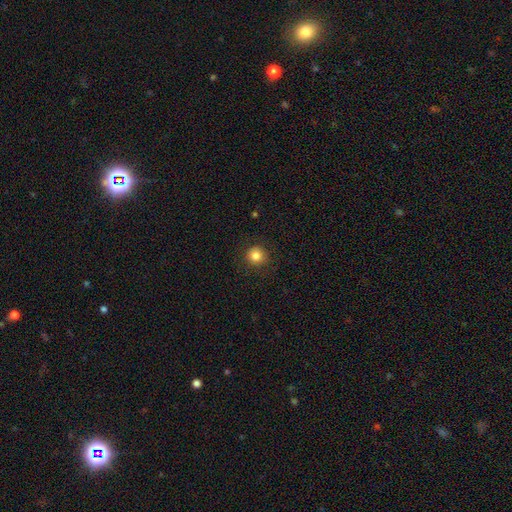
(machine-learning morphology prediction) smooth-or-featured: smooth: 83% | star or artifact: 12% | featured or disk: 5%
  how-rounded: round: 94% | in between: 5% | cigar-shaped: 1%
  merging: none: 91% | minor disturbance: 6% | major disturbance: 2% | merger: 1%